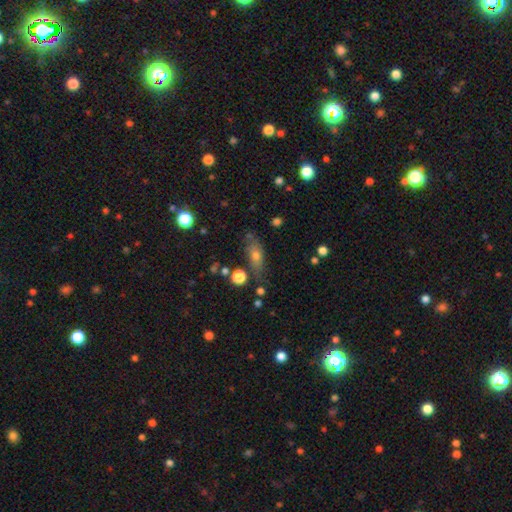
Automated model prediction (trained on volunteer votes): smooth 62%, featured or disk 25%, star or artifact 13%. Down the decision tree: how rounded — in between (66%); merging — none (61%).